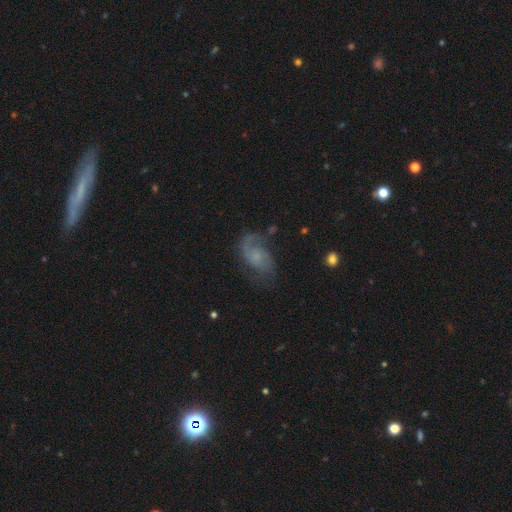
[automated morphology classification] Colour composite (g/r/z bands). It shows a featured or disk galaxy (71%) with no bar (67%), 2 (70%) medium (44%) spiral arms (91%) and a small central bulge (53%). Merging: none (59%).